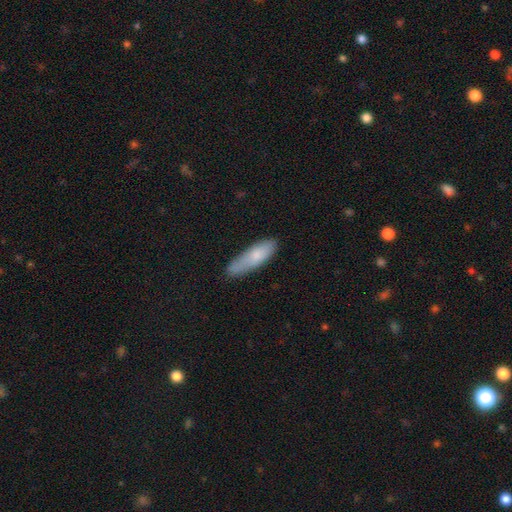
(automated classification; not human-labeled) Smooth or featured: smooth — 76% (featured or disk — 18%)
How rounded: cigar-shaped — 58% (in between — 40%)
Merging: none — 62% (minor disturbance — 29%)